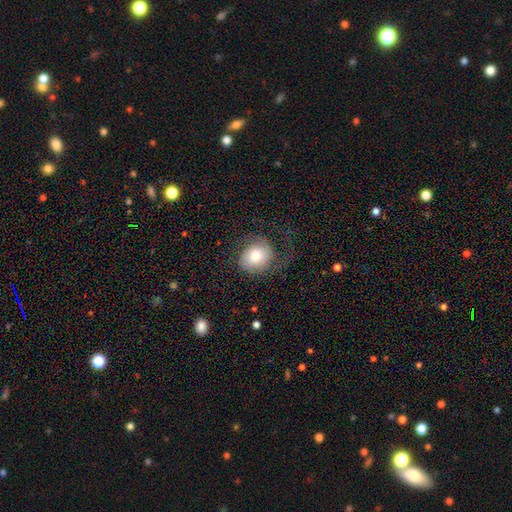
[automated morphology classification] Smooth or featured: smooth — 59% (featured or disk — 34%)
How rounded: round — 59% (in between — 40%)
Merging: none — 49% (major disturbance — 30%)